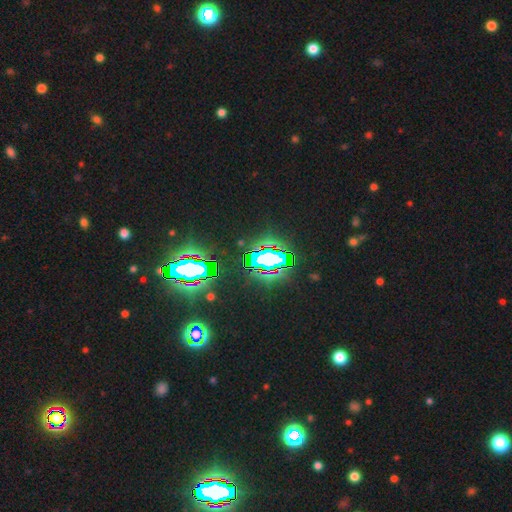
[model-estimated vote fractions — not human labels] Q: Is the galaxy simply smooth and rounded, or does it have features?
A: star or artifact — 85%.